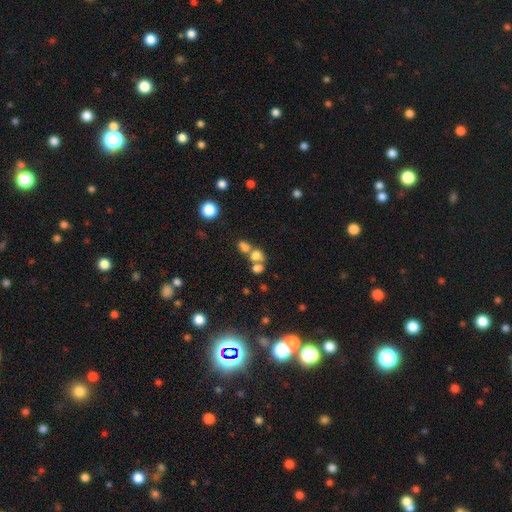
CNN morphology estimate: A smooth galaxy with no disk features (68%) that is round (52%).

Vote fractions:
- Smooth or featured? smooth: 68% / star or artifact: 17% / featured or disk: 15%
- How rounded? round: 52% / in between: 46% / cigar-shaped: 2%
- Merging? merger: 54% / none: 31% / minor disturbance: 8% / major disturbance: 6%